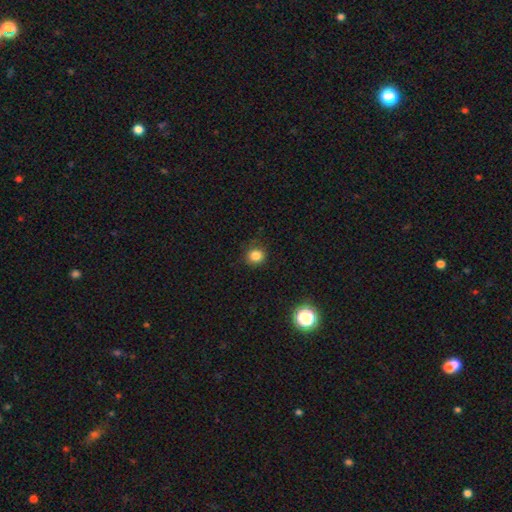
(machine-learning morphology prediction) smooth-or-featured: smooth: 83% | star or artifact: 13% | featured or disk: 4%
  how-rounded: round: 85% | in between: 14% | cigar-shaped: 1%
  merging: none: 85% | minor disturbance: 11% | major disturbance: 3% | merger: 1%